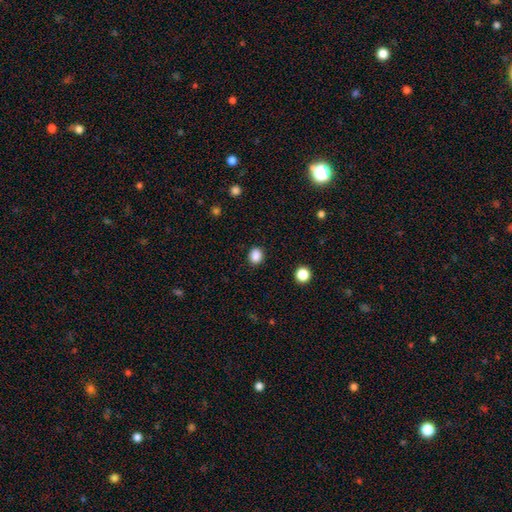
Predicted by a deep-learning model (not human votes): smooth 87%, star or artifact 10%, featured or disk 3%. Down the decision tree: how rounded — round (63%); merging — none (89%).